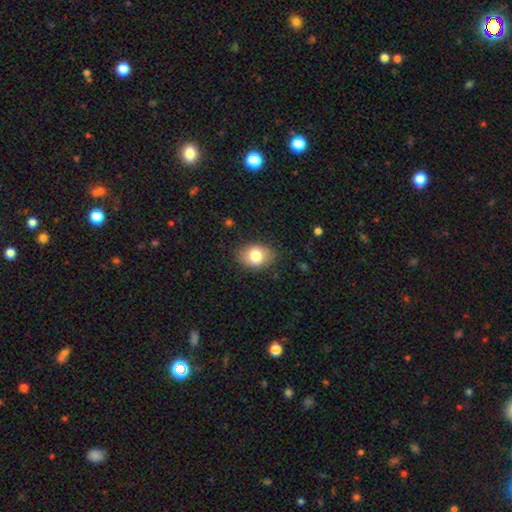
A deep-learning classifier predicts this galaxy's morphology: This is likely a smooth galaxy (80%). How rounded: likely in between (68%). Merging: clearly none (84%).